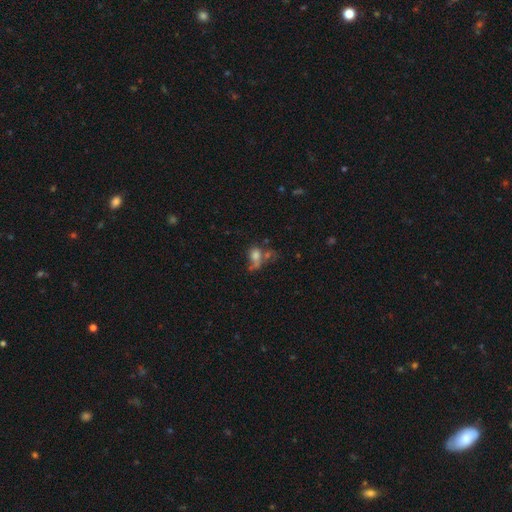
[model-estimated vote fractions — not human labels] Smooth or featured?
  - smooth: 63% *
  - featured or disk: 22%
  - star or artifact: 15%
How rounded?
  - in between: 62% *
  - round: 35%
  - cigar-shaped: 3%
Merging?
  - merger: 37% *
  - major disturbance: 26%
  - none: 23%
  - minor disturbance: 15%